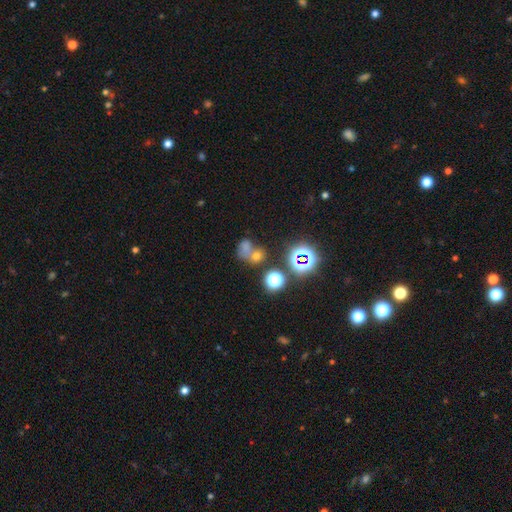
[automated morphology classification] Q: Smooth or featured?
A: smooth (54%); runner-up: star or artifact (31%)
Q: How rounded?
A: round (61%); runner-up: in between (37%)
Q: Merging?
A: merger (53%); runner-up: none (32%)